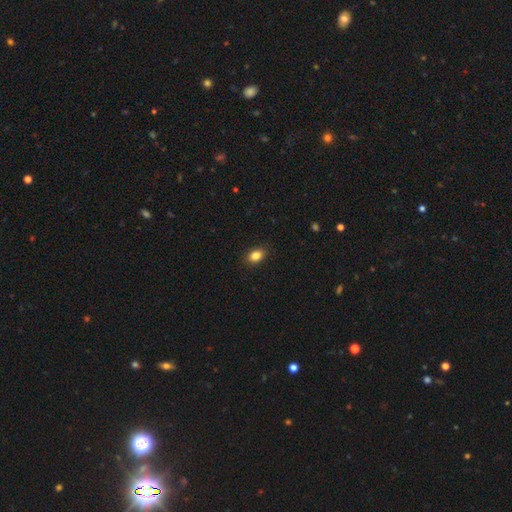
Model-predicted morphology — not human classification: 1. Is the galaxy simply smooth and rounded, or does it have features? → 85% smooth, 10% star or artifact, 6% featured or disk.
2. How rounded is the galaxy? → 74% in between, 24% round, 1% cigar-shaped.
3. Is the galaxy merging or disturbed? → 88% none, 9% minor disturbance, 2% major disturbance, 1% merger.